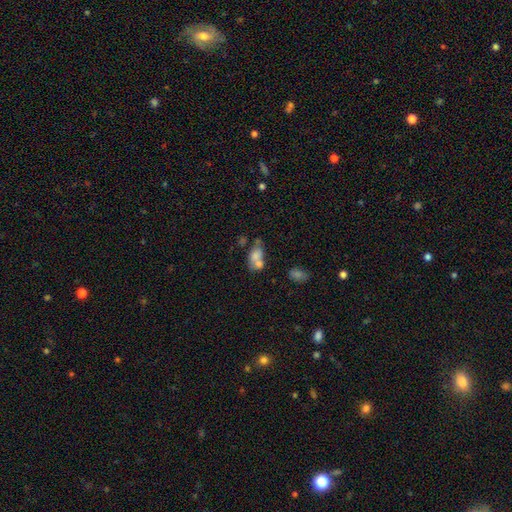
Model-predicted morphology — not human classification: smooth 66%, featured or disk 24%, star or artifact 11%. Down the decision tree: how rounded — in between (78%); merging — merger (55%).